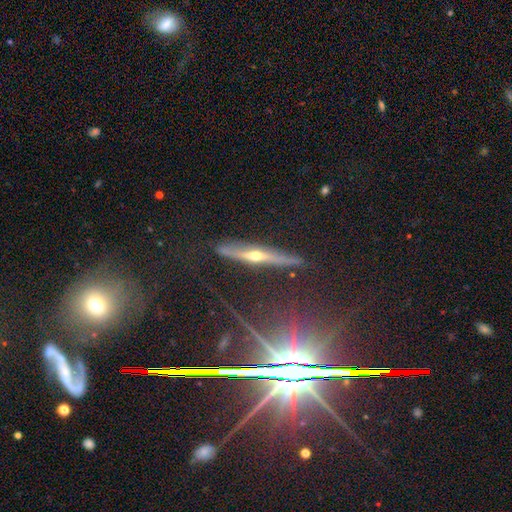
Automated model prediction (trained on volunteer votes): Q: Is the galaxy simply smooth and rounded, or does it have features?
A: featured or disk — 67%.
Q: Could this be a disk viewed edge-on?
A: yes — 92%.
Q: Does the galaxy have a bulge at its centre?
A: rounded — 85%.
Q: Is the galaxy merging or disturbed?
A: none — 81%.